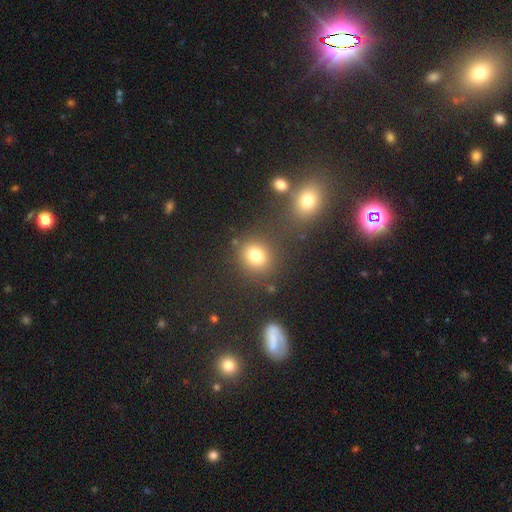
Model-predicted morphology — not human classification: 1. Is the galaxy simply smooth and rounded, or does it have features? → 78% smooth, 14% star or artifact, 7% featured or disk.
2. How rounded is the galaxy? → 72% round, 27% in between, 1% cigar-shaped.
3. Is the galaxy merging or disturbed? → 79% none, 10% minor disturbance, 7% merger, 4% major disturbance.